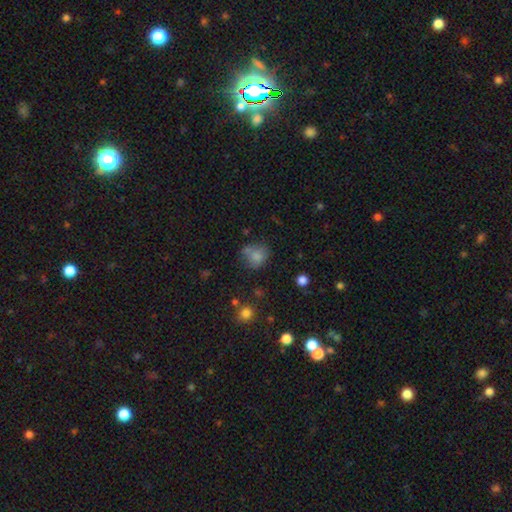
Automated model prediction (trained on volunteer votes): Morphology: type=smooth (77%); roundness=round (64%); merging=none (50%).